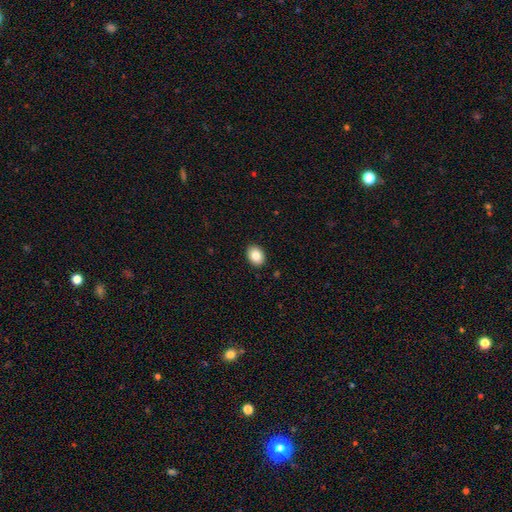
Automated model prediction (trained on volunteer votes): Q: Smooth or featured?
A: smooth (84%); runner-up: star or artifact (8%)
Q: How rounded?
A: in between (59%); runner-up: round (41%)
Q: Merging?
A: none (91%); runner-up: minor disturbance (7%)